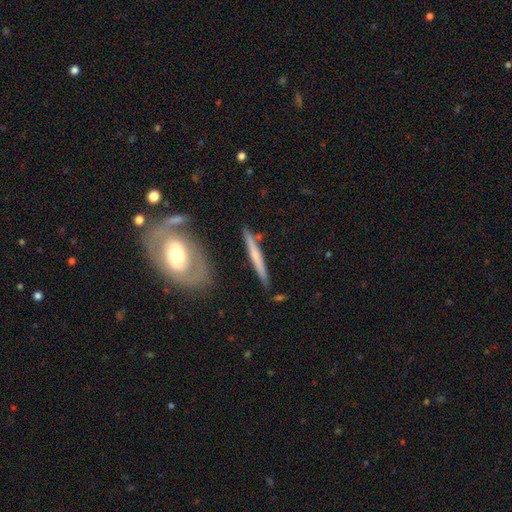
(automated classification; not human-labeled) This appears to be a featured or disk galaxy (52%) viewed edge-on (91%). Merging: none (84%).